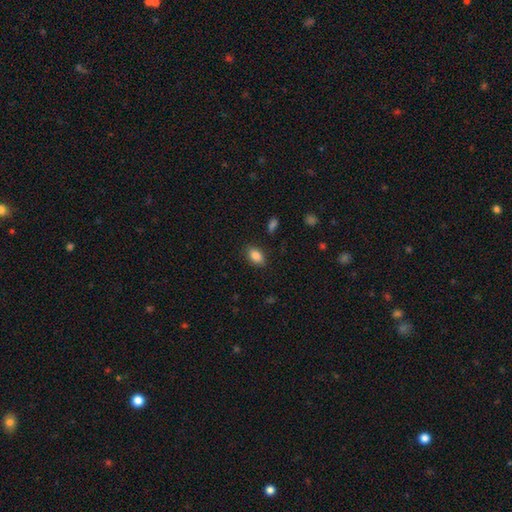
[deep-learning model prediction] Smooth or featured?
  - smooth: 86% *
  - star or artifact: 8%
  - featured or disk: 6%
How rounded?
  - in between: 88% *
  - round: 10%
  - cigar-shaped: 2%
Merging?
  - none: 86% *
  - minor disturbance: 10%
  - major disturbance: 3%
  - merger: 1%